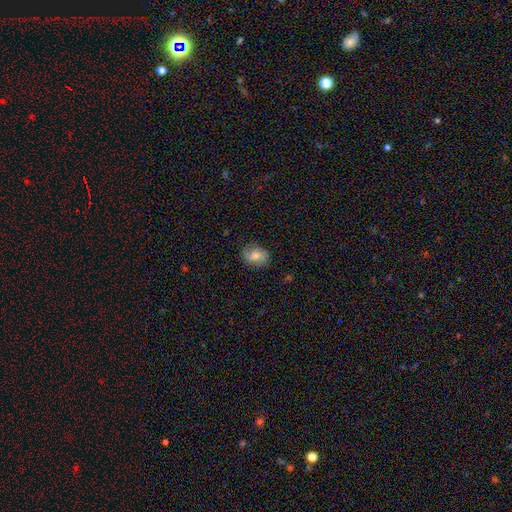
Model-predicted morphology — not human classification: Q: Smooth or featured?
A: smooth (47%); runner-up: featured or disk (43%)
Q: Merging?
A: none (77%); runner-up: minor disturbance (17%)